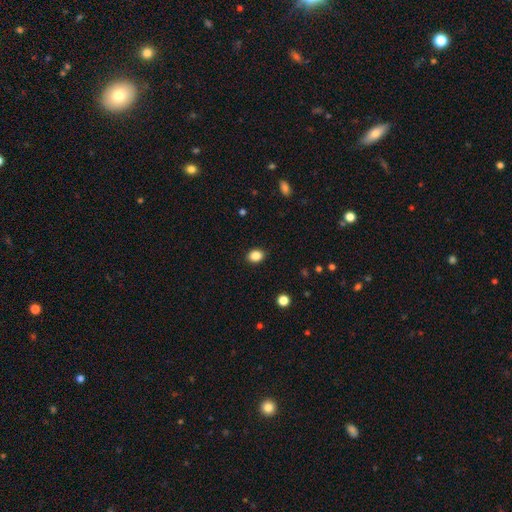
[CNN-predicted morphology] smooth 86%, star or artifact 10%, featured or disk 4%. Down the decision tree: how rounded — in between (55%); merging — none (90%).